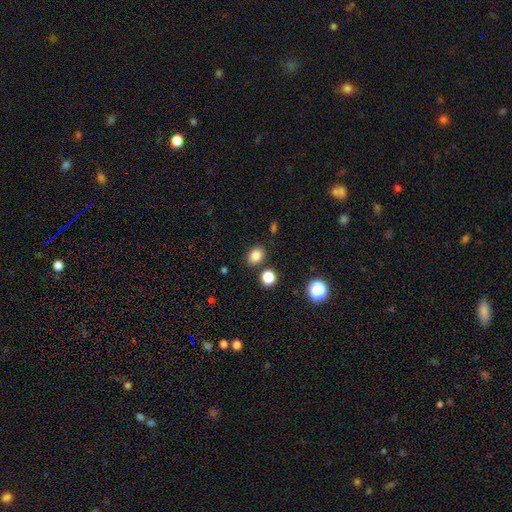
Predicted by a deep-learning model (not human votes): Q: Smooth or featured?
A: smooth (82%); runner-up: star or artifact (12%)
Q: How rounded?
A: in between (52%); runner-up: round (47%)
Q: Merging?
A: none (82%); runner-up: minor disturbance (10%)